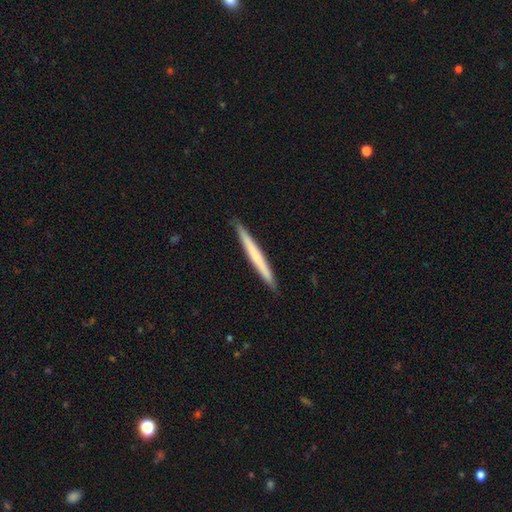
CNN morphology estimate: Overall: smooth (56%; featured or disk 39%). How rounded: cigar-shaped (97%). Merging: none (92%).